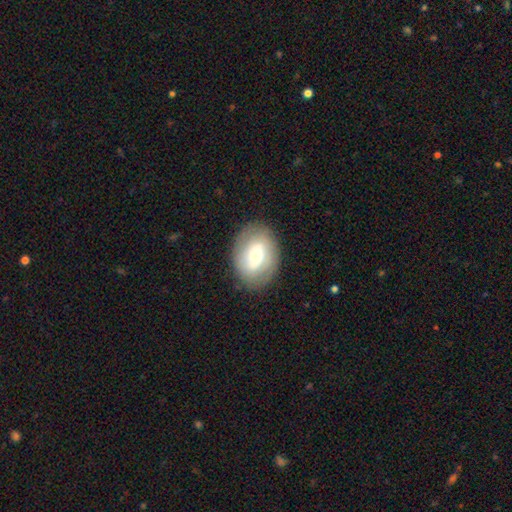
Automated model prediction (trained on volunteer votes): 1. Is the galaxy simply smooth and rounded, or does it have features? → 51% featured or disk, 42% smooth, 7% star or artifact.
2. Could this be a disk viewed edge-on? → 95% no, 5% yes.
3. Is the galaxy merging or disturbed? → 82% none, 12% minor disturbance, 5% major disturbance, 1% merger.